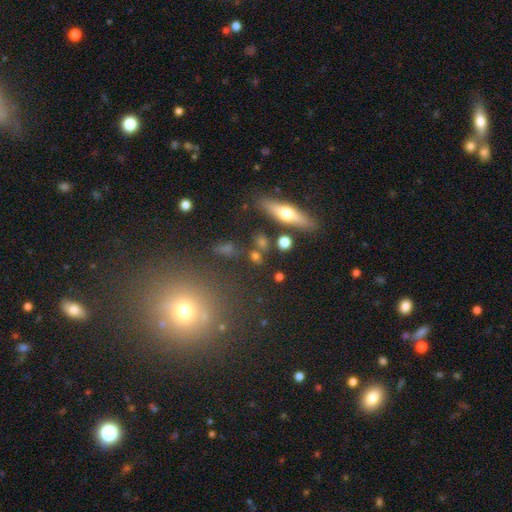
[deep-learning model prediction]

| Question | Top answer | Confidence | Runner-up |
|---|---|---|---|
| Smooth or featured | smooth | 43% | featured or disk (37%) |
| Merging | none | 82% | minor disturbance (9%) |